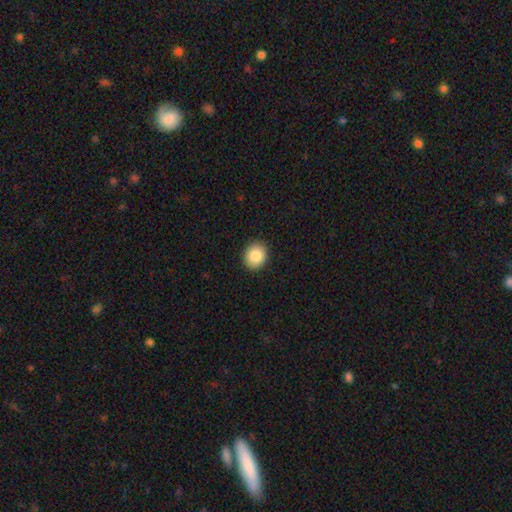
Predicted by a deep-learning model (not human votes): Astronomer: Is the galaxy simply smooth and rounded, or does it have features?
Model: smooth — 86%.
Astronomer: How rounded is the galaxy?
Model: round — 69%.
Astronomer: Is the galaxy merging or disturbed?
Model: none — 91%.